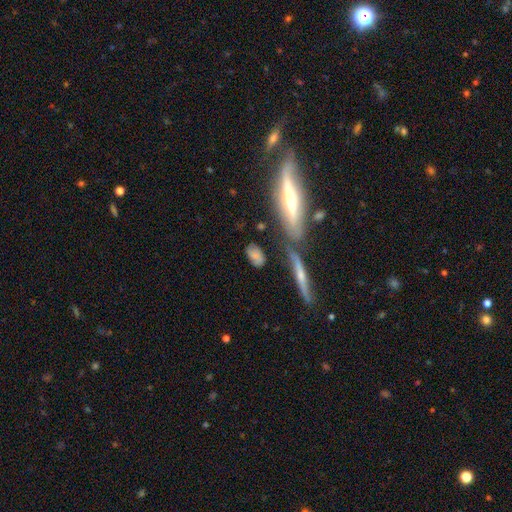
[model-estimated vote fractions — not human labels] smooth-or-featured: smooth: 64% | featured or disk: 27% | star or artifact: 10%
  how-rounded: in between: 74% | cigar-shaped: 16% | round: 10%
  merging: none: 61% | minor disturbance: 19% | merger: 11% | major disturbance: 8%